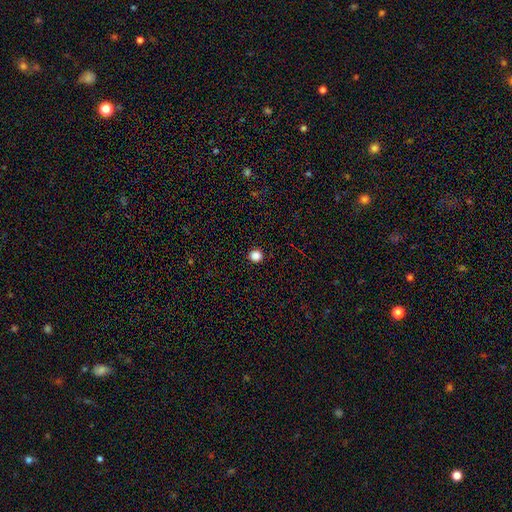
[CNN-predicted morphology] Q: Smooth or featured?
A: smooth (86%); runner-up: star or artifact (12%)
Q: How rounded?
A: round (92%); runner-up: in between (7%)
Q: Merging?
A: none (93%); runner-up: minor disturbance (4%)